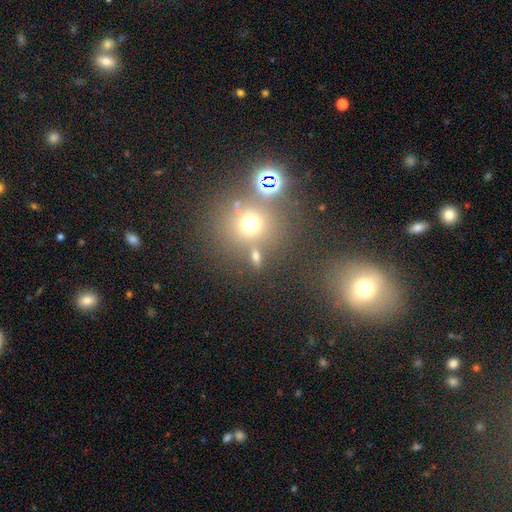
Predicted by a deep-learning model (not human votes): Smooth or featured?
  - smooth: 63% *
  - star or artifact: 26%
  - featured or disk: 11%
How rounded?
  - round: 64% *
  - in between: 32%
  - cigar-shaped: 4%
Merging?
  - none: 68% *
  - merger: 16%
  - minor disturbance: 10%
  - major disturbance: 6%